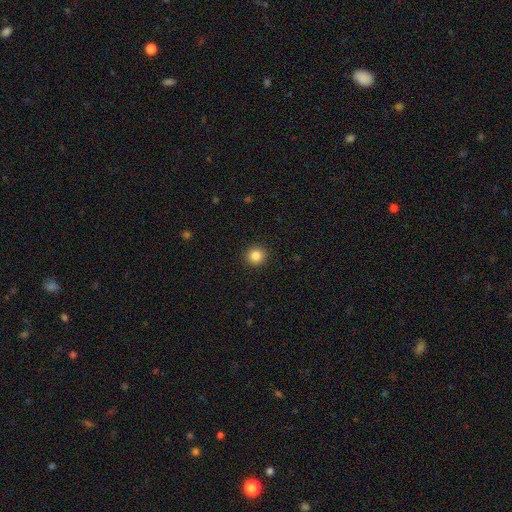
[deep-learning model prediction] A smooth galaxy with no disk features (85%) that is round (92%).

Vote fractions:
- Smooth or featured? smooth: 85% / star or artifact: 11% / featured or disk: 4%
- How rounded? round: 92% / in between: 7% / cigar-shaped: 1%
- Merging? none: 92% / minor disturbance: 5% / major disturbance: 2% / merger: 1%